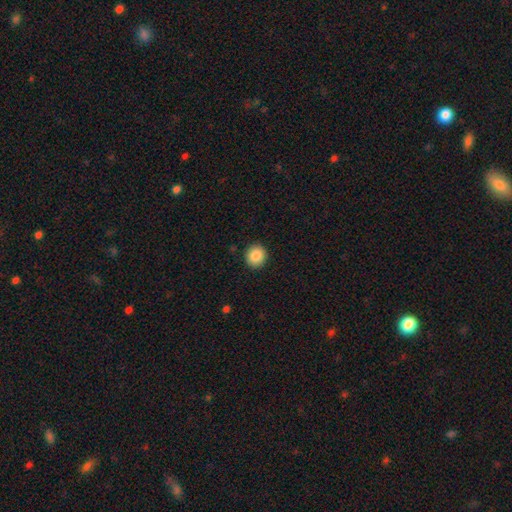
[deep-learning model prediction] Smooth or featured? smooth (87%)
How rounded? round (89%)
Merging? none (91%)